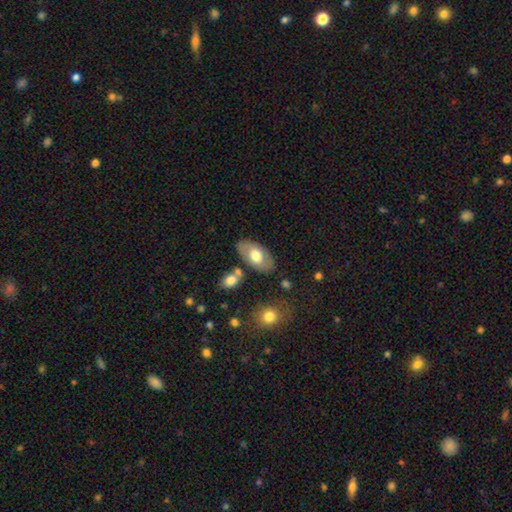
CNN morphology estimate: Overall: smooth (60%; featured or disk 34%). How rounded: in between (93%). Merging: none (76%).